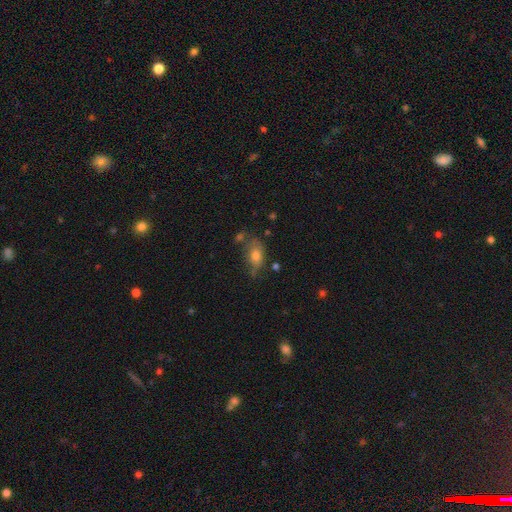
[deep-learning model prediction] smooth 71%, featured or disk 18%, star or artifact 11%. Down the decision tree: how rounded — in between (82%); merging — none (45%).